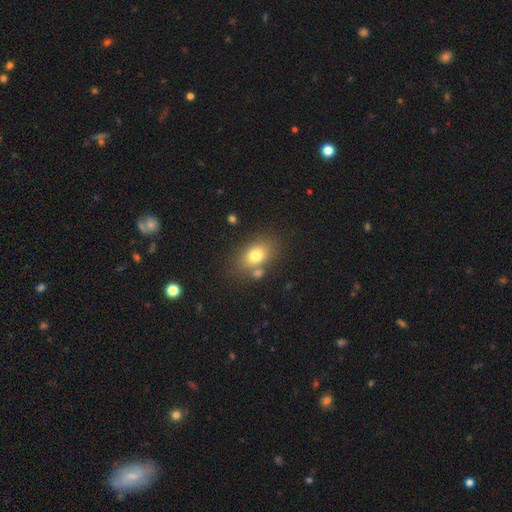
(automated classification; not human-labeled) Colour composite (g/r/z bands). It shows a smooth galaxy with no disk features (76%) that is in between round and cigar-shaped (75%). Merging: none (68%).